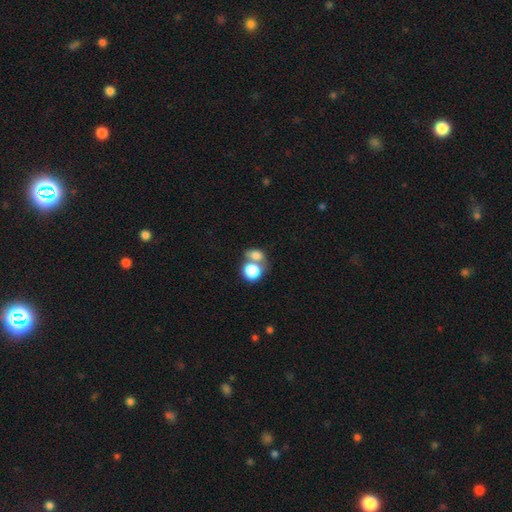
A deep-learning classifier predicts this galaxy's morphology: smooth-or-featured: smooth: 78% | featured or disk: 11% | star or artifact: 10%
  how-rounded: round: 55% | in between: 43% | cigar-shaped: 2%
  merging: merger: 57% | none: 31% | minor disturbance: 8% | major disturbance: 5%